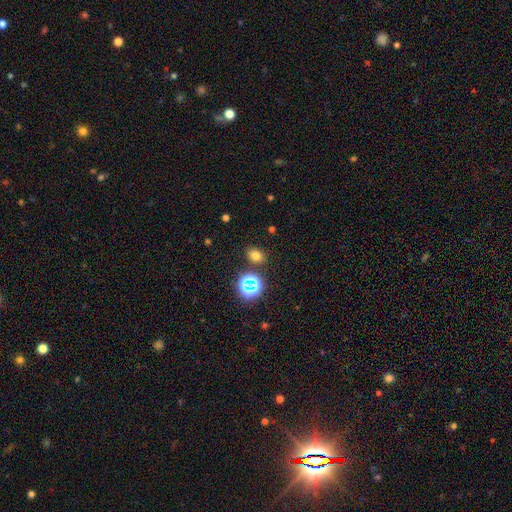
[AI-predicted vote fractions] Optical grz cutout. It shows a smooth galaxy with no disk features (70%) that is in between round and cigar-shaped (62%). Merging: none (84%).